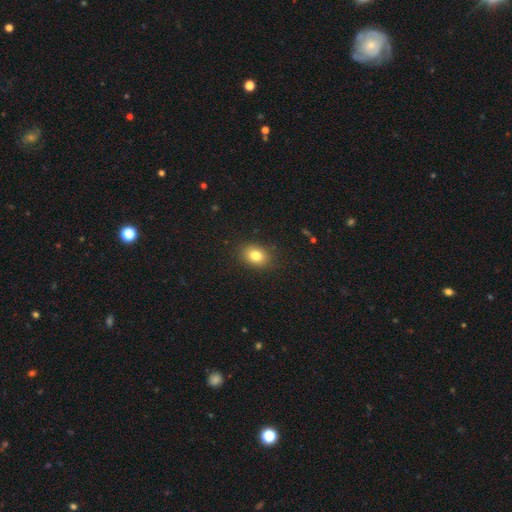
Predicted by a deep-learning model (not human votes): smooth 81%, star or artifact 11%, featured or disk 8%. Down the decision tree: how rounded — in between (60%); merging — none (87%).